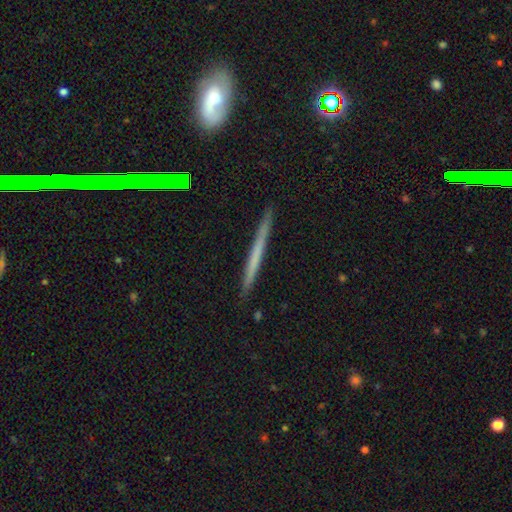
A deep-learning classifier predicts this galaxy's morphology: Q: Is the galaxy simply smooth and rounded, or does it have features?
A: featured or disk — 48%.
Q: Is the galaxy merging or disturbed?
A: none — 89%.